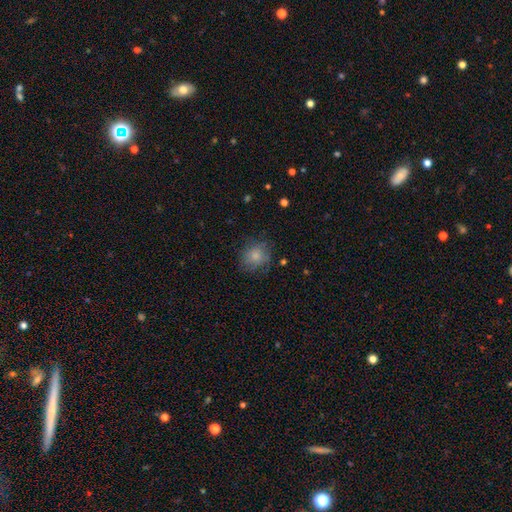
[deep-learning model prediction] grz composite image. It shows a smooth galaxy with no disk features (80%) that is round (76%). Merging: none (71%).